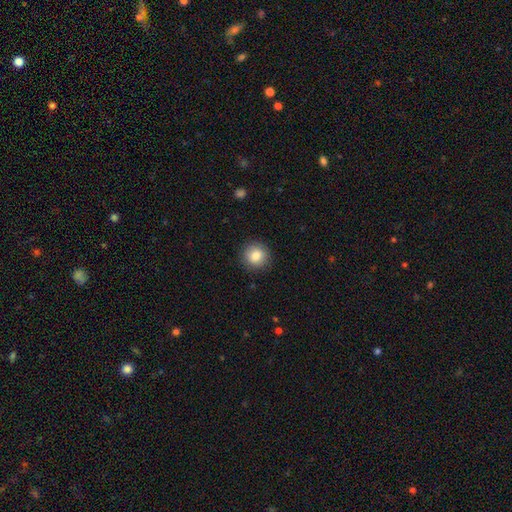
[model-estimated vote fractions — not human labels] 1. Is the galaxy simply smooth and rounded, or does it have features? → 84% smooth, 9% star or artifact, 7% featured or disk.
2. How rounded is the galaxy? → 92% round, 7% in between, 1% cigar-shaped.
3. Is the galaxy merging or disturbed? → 90% none, 7% minor disturbance, 2% major disturbance, 1% merger.